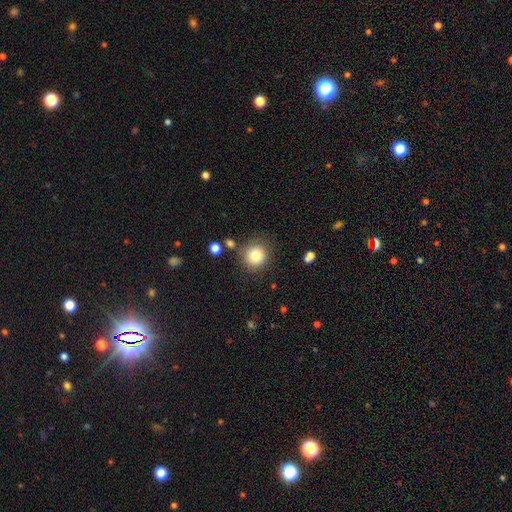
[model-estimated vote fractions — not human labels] Smooth or featured? Predicted: smooth (p=0.82). How rounded? Predicted: round (p=0.91). Merging? Predicted: none (p=0.80).